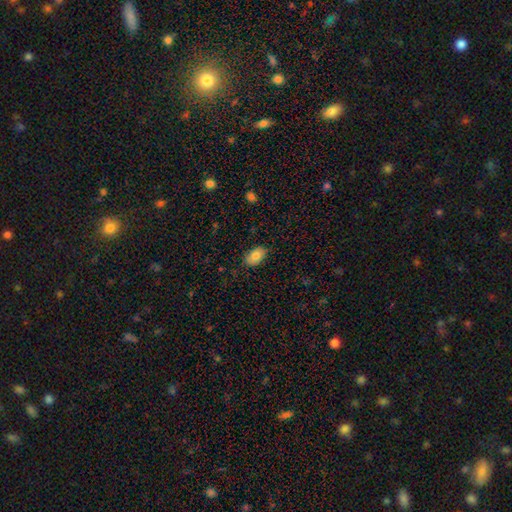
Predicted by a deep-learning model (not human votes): This appears to be a smooth galaxy with no disk features (80%) that is in between round and cigar-shaped (90%). Merging: none (82%).